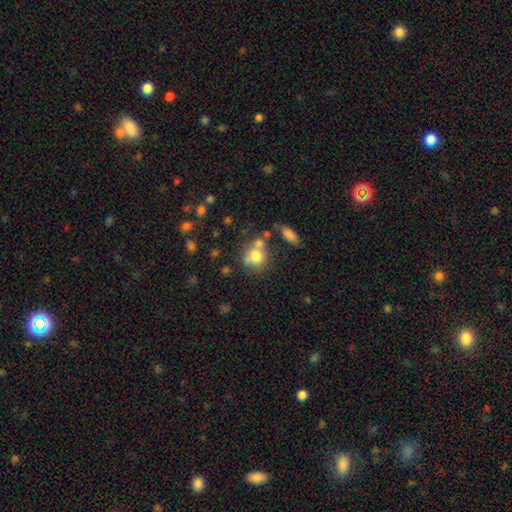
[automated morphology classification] smooth-or-featured: smooth: 75% | featured or disk: 15% | star or artifact: 10%
  how-rounded: round: 74% | in between: 24% | cigar-shaped: 1%
  merging: none: 45% | merger: 32% | minor disturbance: 16% | major disturbance: 8%